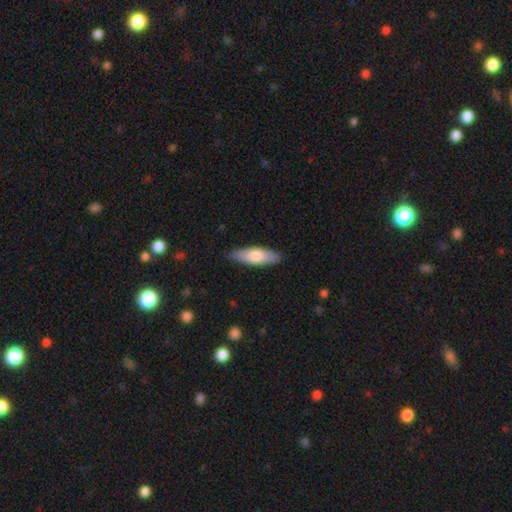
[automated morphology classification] The model was most divided on "how rounded": in between: 53%, cigar-shaped: 45%, round: 2%. More confident: merging — none (84%); smooth or featured — smooth (72%).